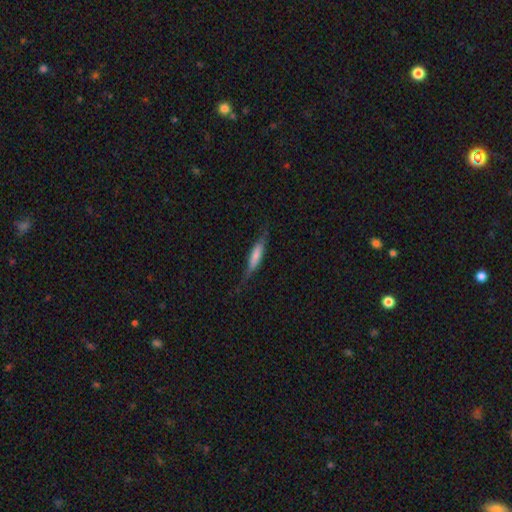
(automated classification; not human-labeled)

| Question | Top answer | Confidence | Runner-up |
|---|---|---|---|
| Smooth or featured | smooth | 59% | featured or disk (35%) |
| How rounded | cigar-shaped | 81% | in between (17%) |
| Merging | none | 73% | minor disturbance (20%) |